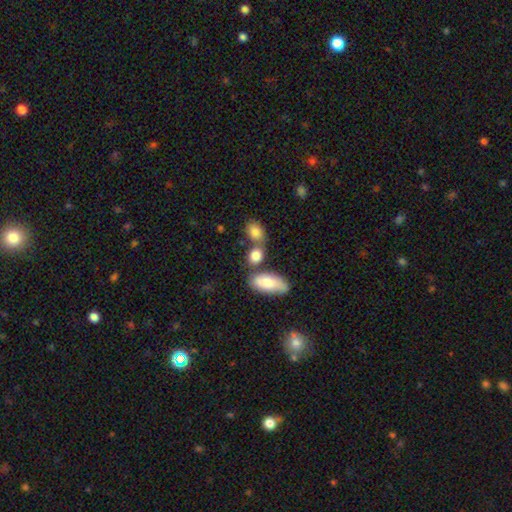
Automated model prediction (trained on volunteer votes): This appears to be a smooth galaxy with no disk features (83%) that is in between round and cigar-shaped (64%). Merging: none (49%).